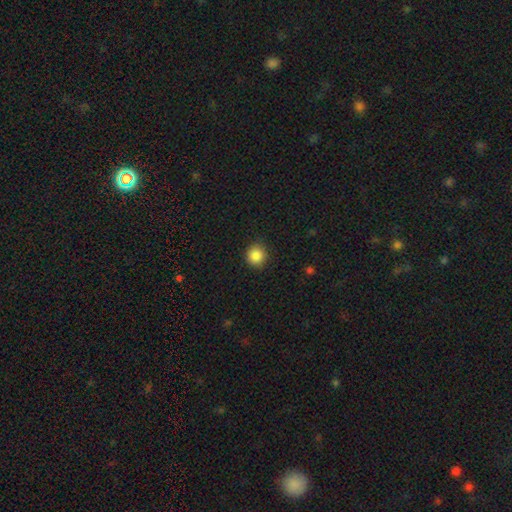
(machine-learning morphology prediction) Smooth or featured? smooth (87%)
How rounded? round (92%)
Merging? none (88%)